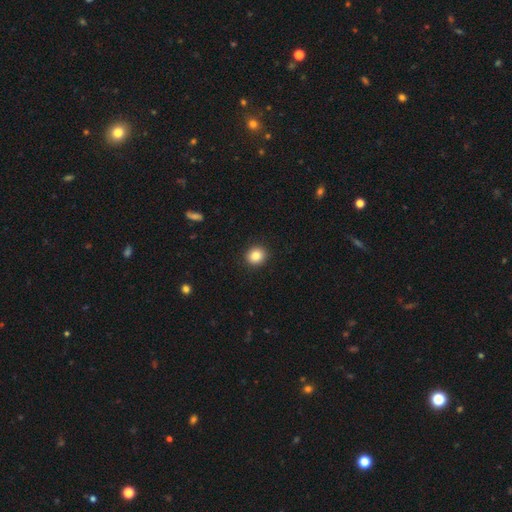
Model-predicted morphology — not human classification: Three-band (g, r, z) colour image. It shows a smooth galaxy with no disk features (86%) that is round (80%). Merging: none (92%).